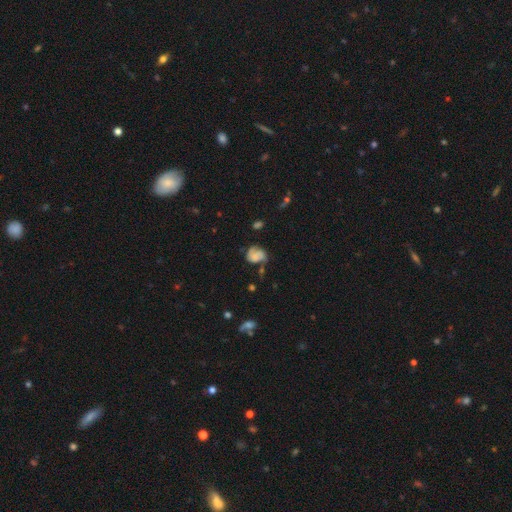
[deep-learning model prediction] This appears to be a smooth galaxy with no disk features (46%). Merging: none (42%).